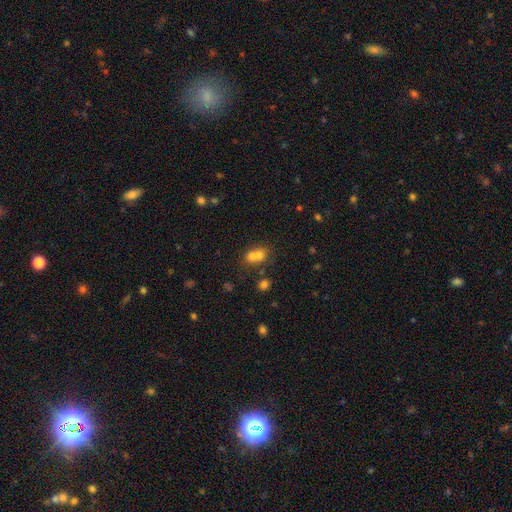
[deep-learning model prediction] Q: Smooth or featured?
A: smooth (67%); runner-up: featured or disk (18%)
Q: How rounded?
A: round (62%); runner-up: in between (36%)
Q: Merging?
A: merger (65%); runner-up: none (26%)